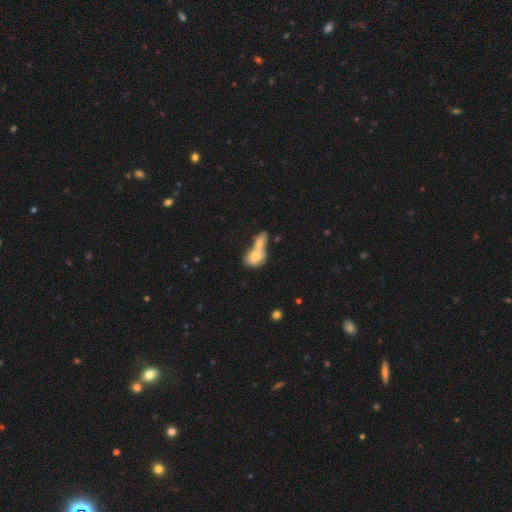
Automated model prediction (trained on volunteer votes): The model was most divided on "how rounded": in between: 61%, round: 32%, cigar-shaped: 7%. More confident: merging — merger (74%); smooth or featured — smooth (68%).